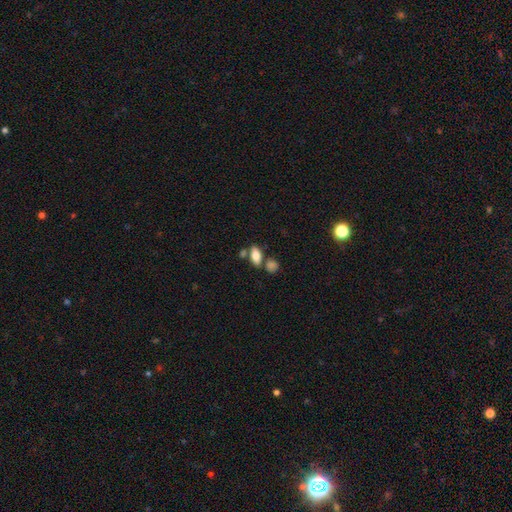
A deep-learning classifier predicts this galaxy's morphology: smooth-or-featured: smooth: 78% | featured or disk: 14% | star or artifact: 8%
  how-rounded: in between: 87% | cigar-shaped: 8% | round: 6%
  merging: none: 65% | merger: 17% | minor disturbance: 13% | major disturbance: 4%